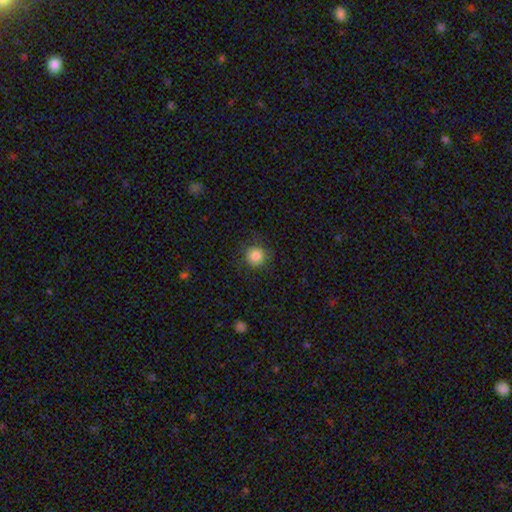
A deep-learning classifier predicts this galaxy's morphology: This appears to be a smooth galaxy with no disk features (84%) that is round (93%). Merging: none (86%).